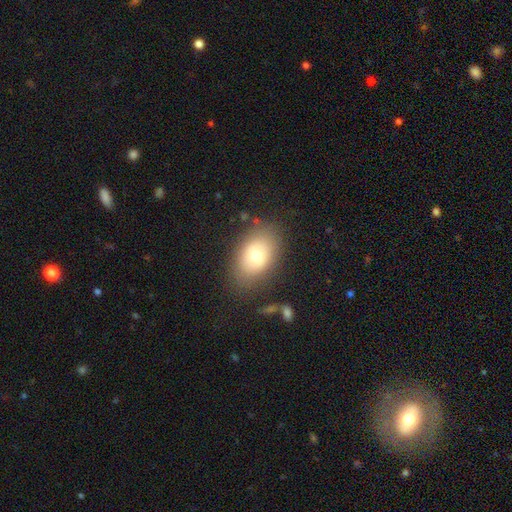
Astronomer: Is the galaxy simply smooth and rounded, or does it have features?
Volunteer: smooth — 84%.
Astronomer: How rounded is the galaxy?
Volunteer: in between — 87%.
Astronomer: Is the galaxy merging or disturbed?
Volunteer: none — 88%.